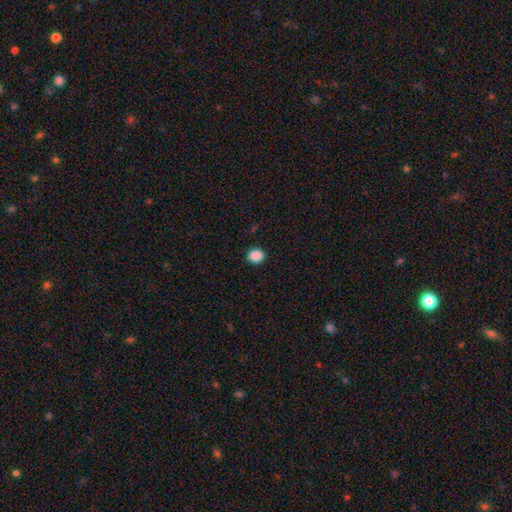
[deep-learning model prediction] Overall: smooth (89%). How rounded: round (80%). Merging: none (91%).